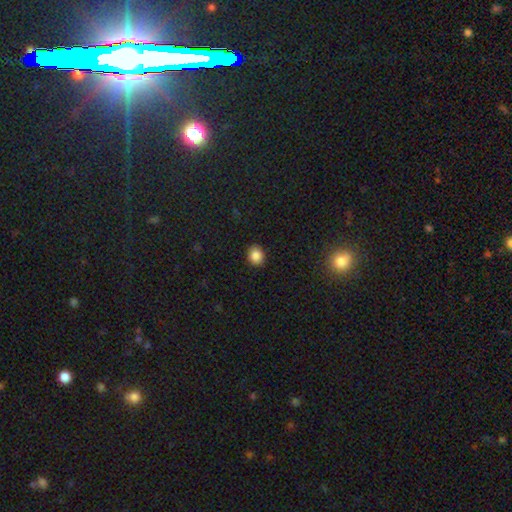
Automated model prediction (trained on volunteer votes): Smooth or featured? Predicted: smooth (p=0.86). How rounded? Predicted: round (p=0.63). Merging? Predicted: none (p=0.89).